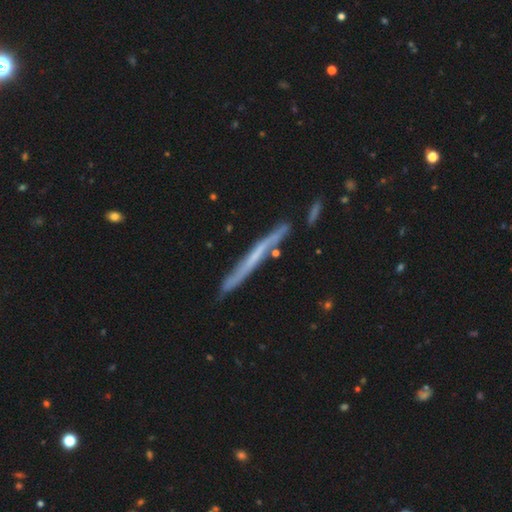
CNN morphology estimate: The model was most divided on "smooth or featured": featured or disk: 62%, smooth: 31%, star or artifact: 7%. More confident: edge-on disk — yes (90%); edge-on bulge — none (83%); merging — none (76%).